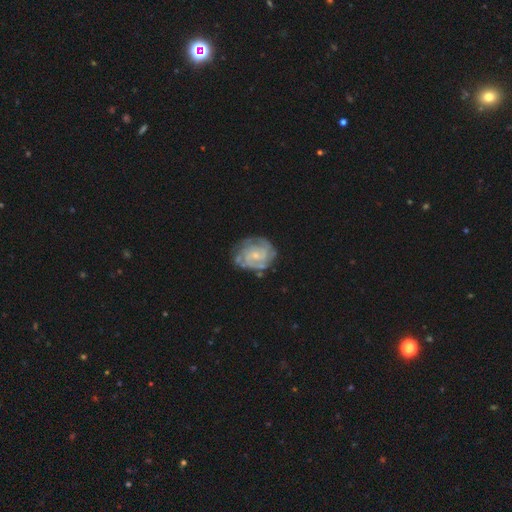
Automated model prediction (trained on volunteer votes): smooth-or-featured: featured or disk: 84% | smooth: 11% | star or artifact: 6%
  disk-edge-on: no: 98% | yes: 2%
    bar: no: 61% | weak: 33% | strong: 6%
    has-spiral-arms: yes: 94% | no: 6%
      spiral-winding: tight: 64% | medium: 30% | loose: 7%
      spiral-arm-count: can't tell: 31% | 2: 28% | 3: 21% | 4: 11% | more than 4: 5% | 1: 5%
    bulge-size: small: 68% | moderate: 25% | none: 4% | large: 1% | dominant: 1%
  merging: none: 68% | minor disturbance: 21% | major disturbance: 8% | merger: 3%